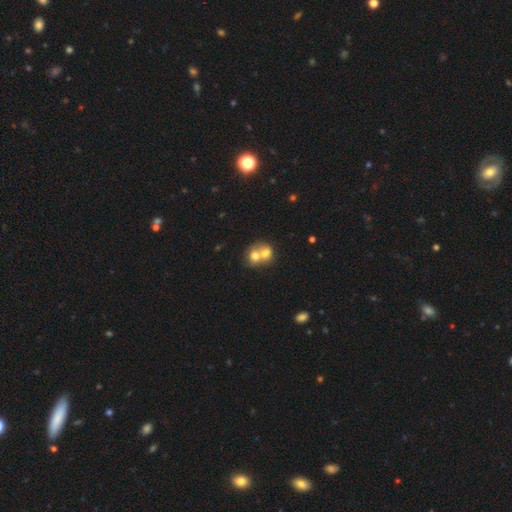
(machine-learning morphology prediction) This appears to be a smooth galaxy with no disk features (67%) that is round (65%). Merging: merger (75%).